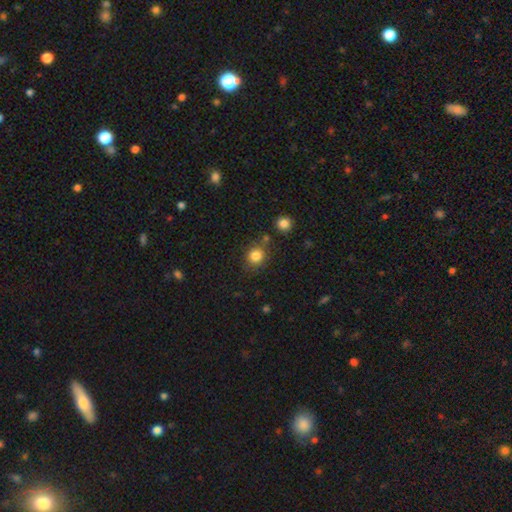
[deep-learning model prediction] This is clearly a smooth galaxy (83%). How rounded: clearly round (82%). Merging: likely none (77%).